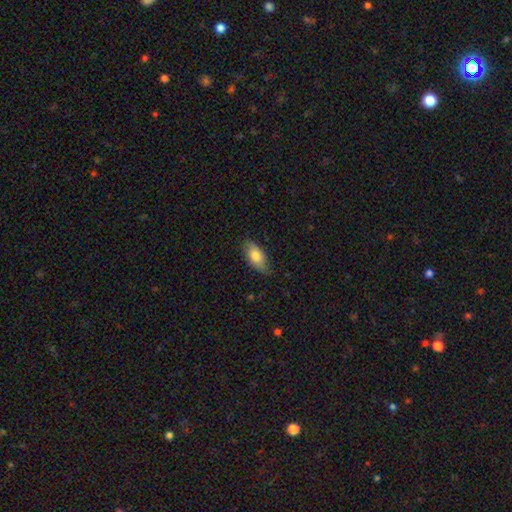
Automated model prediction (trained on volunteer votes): smooth_or_featured: smooth (p=0.76) [alt: featured or disk p=0.18]
how_rounded: in between (p=0.88) [alt: cigar-shaped p=0.09]
merging: none (p=0.79) [alt: minor disturbance p=0.17]